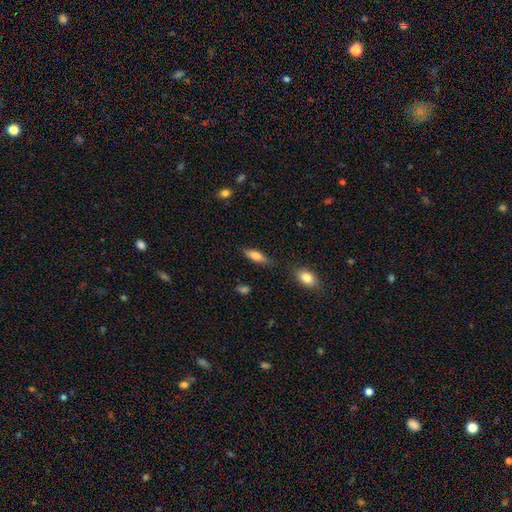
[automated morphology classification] Smooth or featured? Predicted: smooth (p=0.69). How rounded? Predicted: in between (p=0.58). Merging? Predicted: none (p=0.77).